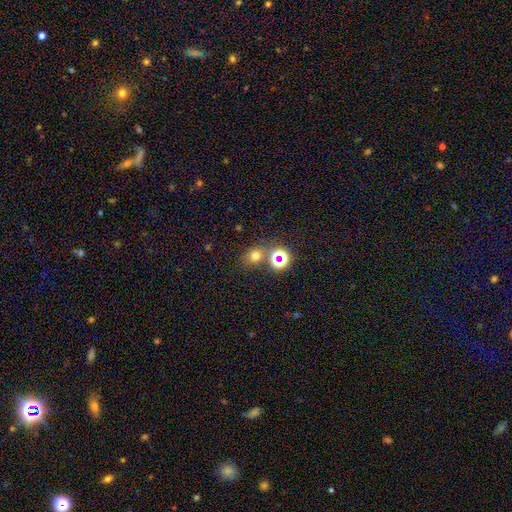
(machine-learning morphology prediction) Smooth or featured?
  - smooth: 65% *
  - star or artifact: 27%
  - featured or disk: 8%
How rounded?
  - round: 71% *
  - in between: 28%
  - cigar-shaped: 1%
Merging?
  - none: 72% *
  - merger: 14%
  - minor disturbance: 10%
  - major disturbance: 4%